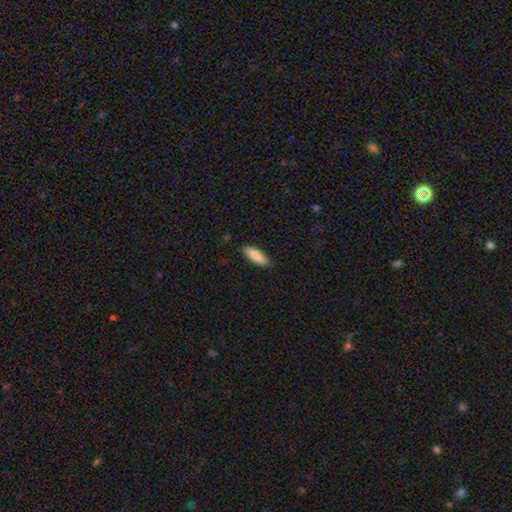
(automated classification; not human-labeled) smooth 88%, featured or disk 7%, star or artifact 6%. Down the decision tree: how rounded — cigar-shaped (51%); merging — none (88%).